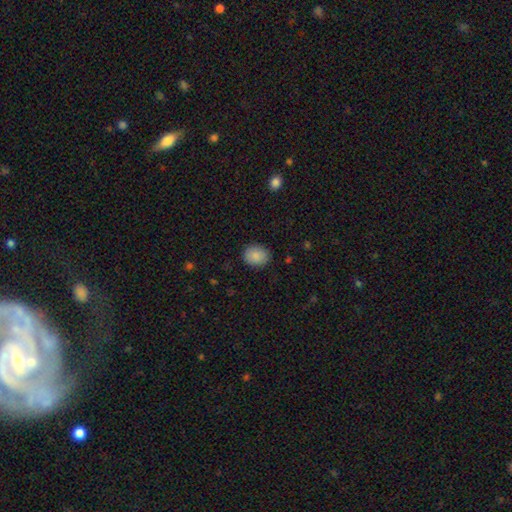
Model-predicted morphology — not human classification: Smooth or featured?
  - smooth: 88% *
  - star or artifact: 8%
  - featured or disk: 5%
How rounded?
  - round: 57% *
  - in between: 42%
  - cigar-shaped: 1%
Merging?
  - none: 87% *
  - minor disturbance: 10%
  - major disturbance: 2%
  - merger: 1%